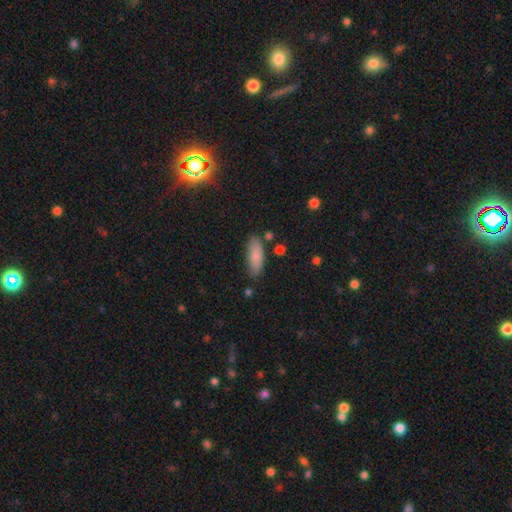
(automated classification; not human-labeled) A smooth galaxy with no disk features (84%) that is in between round and cigar-shaped (65%).

Vote fractions:
- Smooth or featured? smooth: 84% / featured or disk: 9% / star or artifact: 7%
- How rounded? in between: 65% / cigar-shaped: 33% / round: 2%
- Merging? none: 79% / minor disturbance: 14% / merger: 4% / major disturbance: 3%